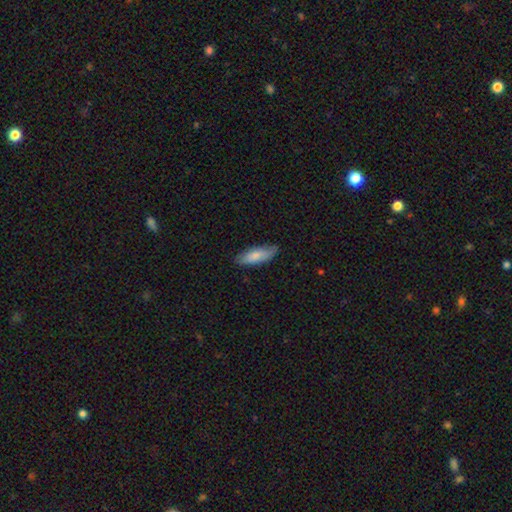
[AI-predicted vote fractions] Smooth or featured? smooth (79%)
How rounded? in between (62%)
Merging? none (78%)